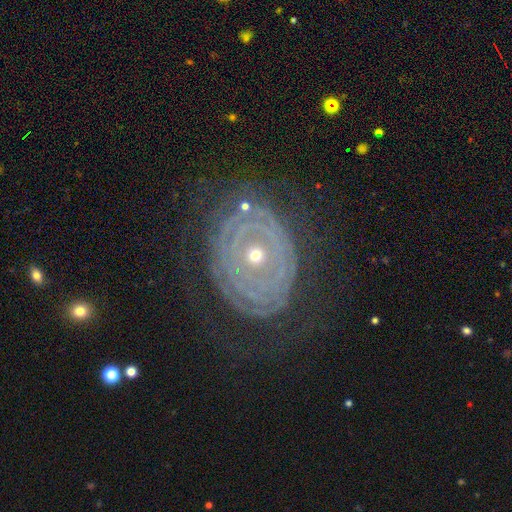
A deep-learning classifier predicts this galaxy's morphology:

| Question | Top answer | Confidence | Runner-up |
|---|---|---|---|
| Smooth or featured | featured or disk | 78% | star or artifact (11%) |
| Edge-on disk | no | 96% | yes (4%) |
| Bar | no | 84% | weak (11%) |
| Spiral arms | yes | 85% | no (15%) |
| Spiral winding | tight | 86% | medium (10%) |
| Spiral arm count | can't tell | 41% | 2 (19%) |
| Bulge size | small | 62% | moderate (34%) |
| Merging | none | 73% | minor disturbance (15%) |